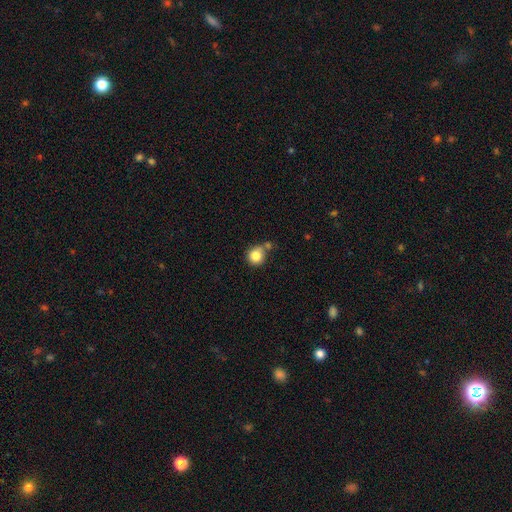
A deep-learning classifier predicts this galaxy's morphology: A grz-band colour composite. It shows a smooth galaxy with no disk features (84%) that is round (89%). Merging: none (56%).